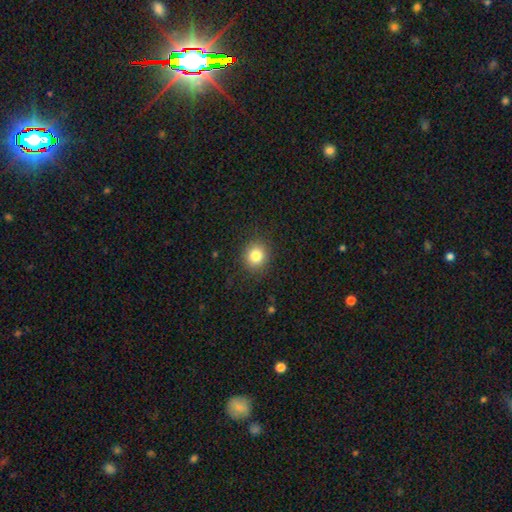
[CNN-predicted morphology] Smooth or featured: smooth — 82% (star or artifact — 12%)
How rounded: round — 84% (in between — 15%)
Merging: none — 89% (minor disturbance — 7%)